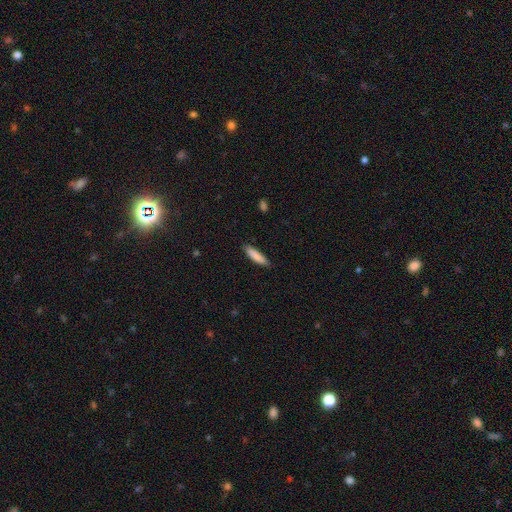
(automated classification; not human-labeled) This is clearly a smooth galaxy (86%). How rounded: likely cigar-shaped (69%). Merging: clearly none (85%).